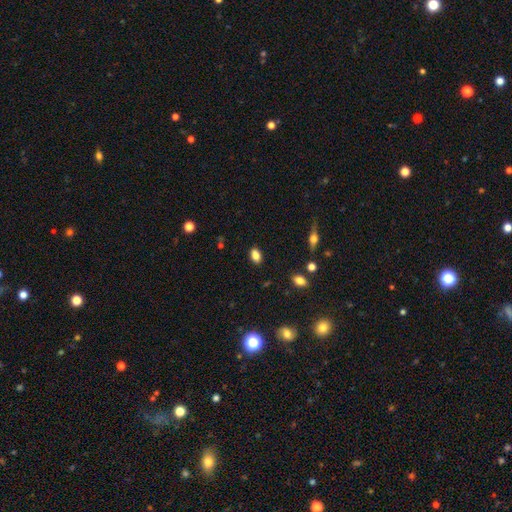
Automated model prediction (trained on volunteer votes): This appears to be a smooth galaxy with no disk features (82%) that is in between round and cigar-shaped (84%). Merging: none (86%).